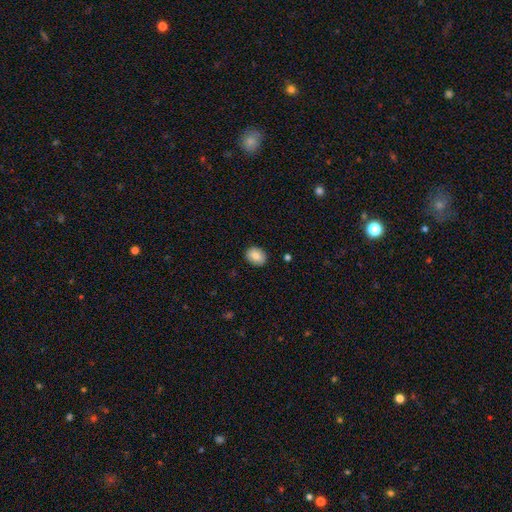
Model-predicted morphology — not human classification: A smooth galaxy with no disk features (83%) that is in between round and cigar-shaped (56%).

Vote fractions:
- Smooth or featured? smooth: 83% / featured or disk: 9% / star or artifact: 8%
- How rounded? in between: 56% / round: 43% / cigar-shaped: 1%
- Merging? none: 89% / minor disturbance: 8% / major disturbance: 2% / merger: 1%